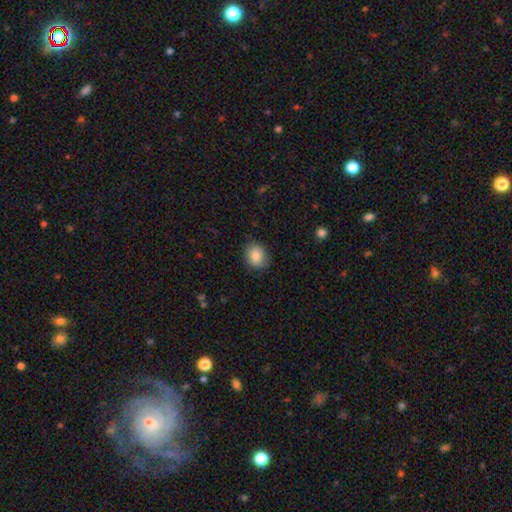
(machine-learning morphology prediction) This is clearly a smooth galaxy (84%). How rounded: possibly round (55%). Merging: clearly none (80%).